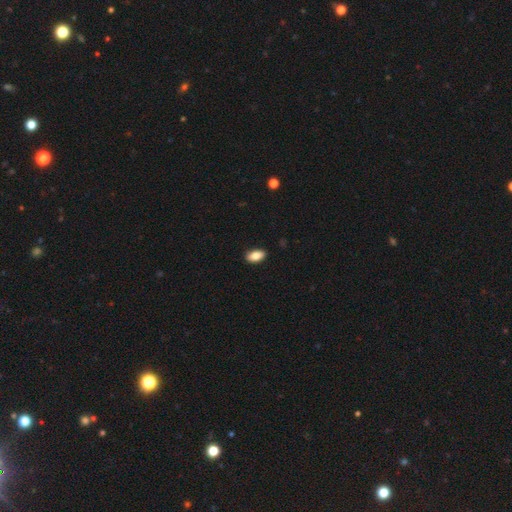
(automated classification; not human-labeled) Smooth or featured?
  - smooth: 85% *
  - featured or disk: 8%
  - star or artifact: 7%
How rounded?
  - in between: 92% *
  - round: 4%
  - cigar-shaped: 4%
Merging?
  - none: 89% *
  - minor disturbance: 9%
  - major disturbance: 2%
  - merger: 1%